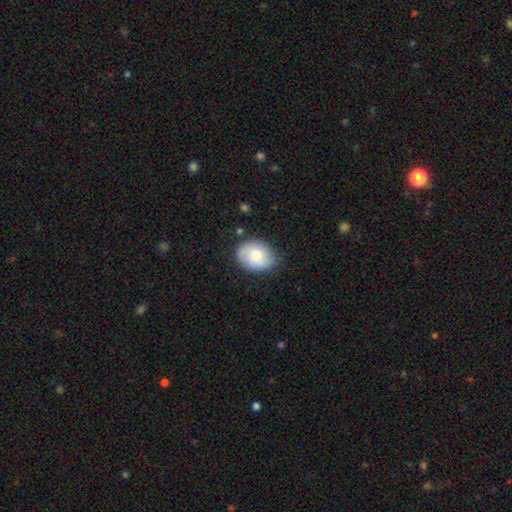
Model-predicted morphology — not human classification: Smooth or featured?
  - smooth: 68% *
  - featured or disk: 25%
  - star or artifact: 7%
How rounded?
  - in between: 63% *
  - round: 37%
  - cigar-shaped: 1%
Merging?
  - none: 76% *
  - minor disturbance: 18%
  - major disturbance: 4%
  - merger: 2%